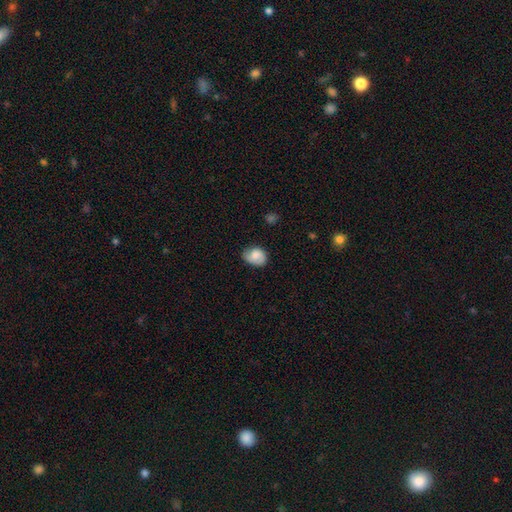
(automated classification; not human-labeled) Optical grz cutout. It shows a smooth galaxy with no disk features (70%) that is in between round and cigar-shaped (60%). Merging: none (65%).